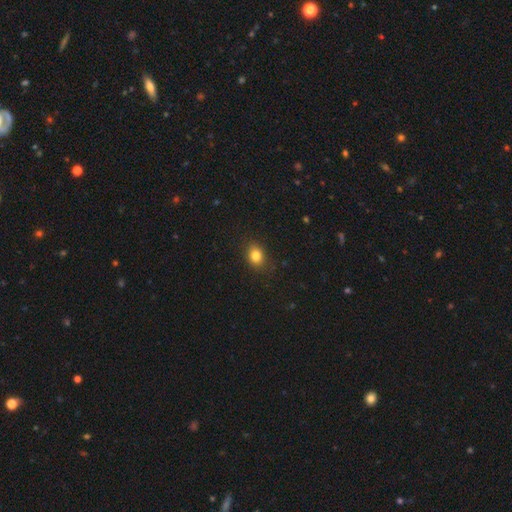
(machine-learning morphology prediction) This appears to be a smooth galaxy with no disk features (83%) that is round (50%). Merging: none (84%).